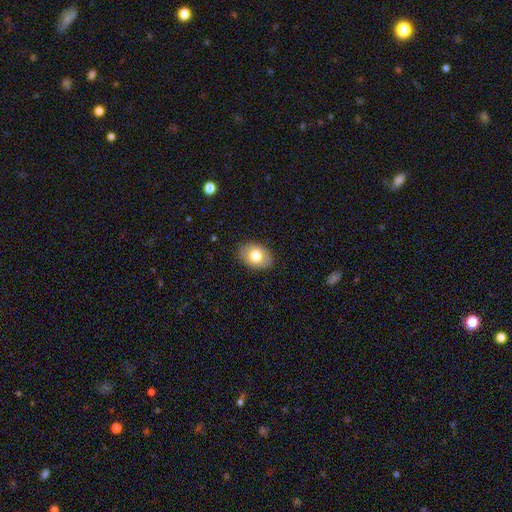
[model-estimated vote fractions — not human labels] Smooth or featured: smooth — 76% (featured or disk — 16%)
How rounded: in between — 79% (round — 20%)
Merging: none — 87% (minor disturbance — 10%)